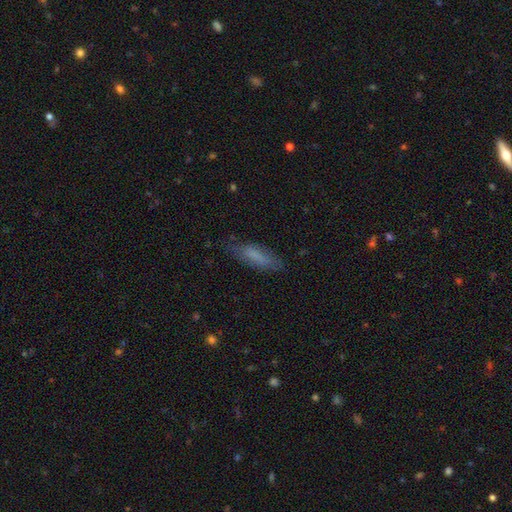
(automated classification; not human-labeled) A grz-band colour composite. It shows a smooth galaxy with no disk features (69%) that is cigar-shaped (59%). Merging: none (72%).